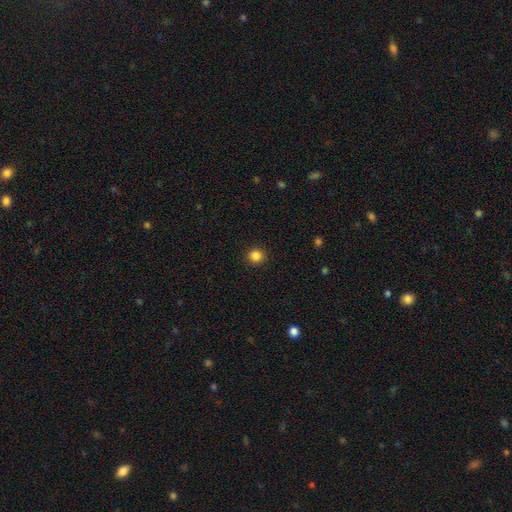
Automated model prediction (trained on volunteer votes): This is clearly a smooth galaxy (85%). How rounded: clearly round (94%). Merging: clearly none (92%).